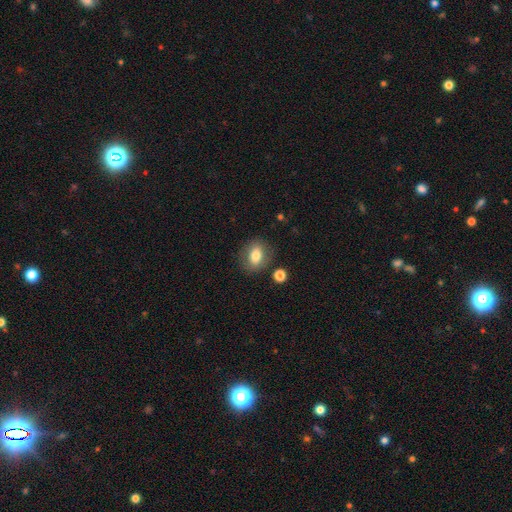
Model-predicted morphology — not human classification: This appears to be a smooth galaxy with no disk features (76%) that is in between round and cigar-shaped (64%). Merging: none (80%).